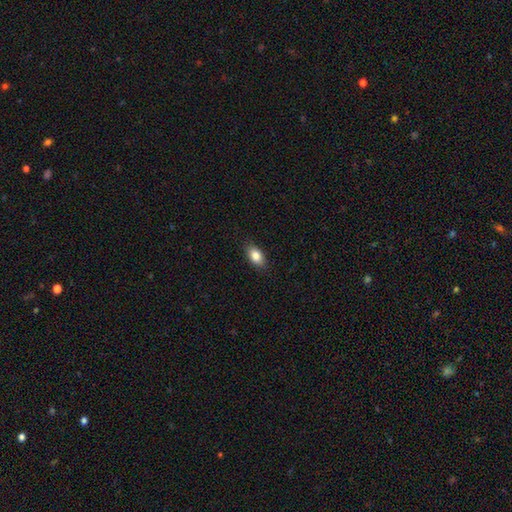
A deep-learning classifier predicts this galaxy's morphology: Smooth or featured?
  - smooth: 84% *
  - featured or disk: 8%
  - star or artifact: 8%
How rounded?
  - in between: 88% *
  - round: 8%
  - cigar-shaped: 4%
Merging?
  - none: 87% *
  - minor disturbance: 10%
  - major disturbance: 2%
  - merger: 1%